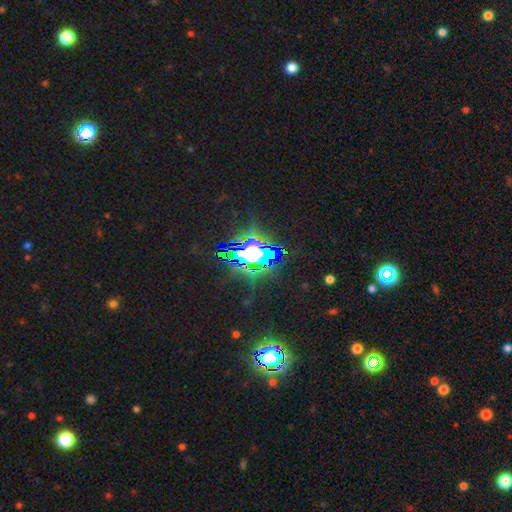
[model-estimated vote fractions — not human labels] Smooth or featured? Predicted: star or artifact (p=0.74).